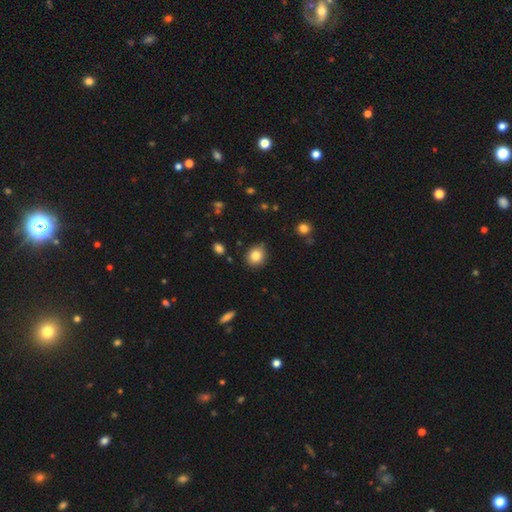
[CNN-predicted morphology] type=smooth (84%); roundness=round (73%); merging=none (83%).